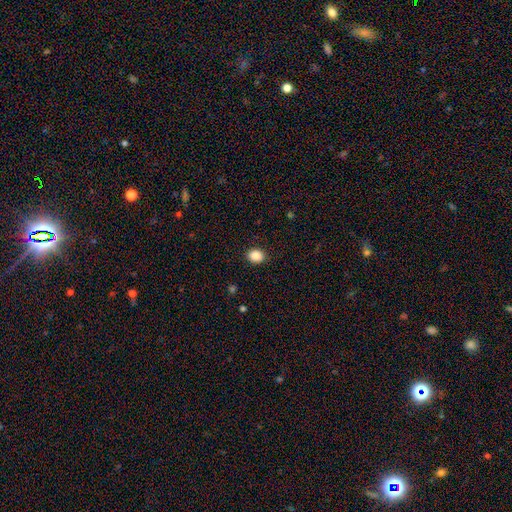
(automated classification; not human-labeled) Overall: smooth (88%). How rounded: round (54%; in between 45%). Merging: none (90%).